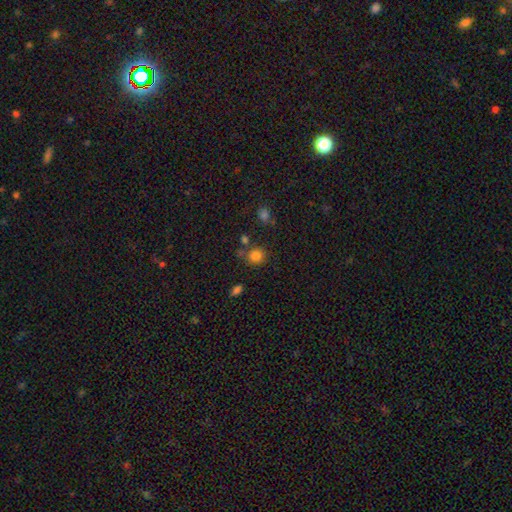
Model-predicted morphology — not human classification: The model was most divided on "merging": none: 72%, minor disturbance: 12%, merger: 12%, major disturbance: 5%. More confident: how rounded — round (86%); smooth or featured — smooth (82%).